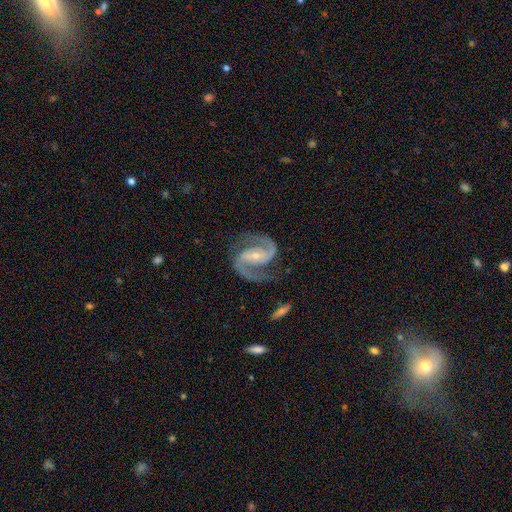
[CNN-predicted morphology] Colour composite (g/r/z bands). It shows a featured or disk galaxy (93%) with a strong bar (35%), 2 (94%) medium (65%) spiral arms (98%) and a small central bulge (69%). Merging: none (80%).